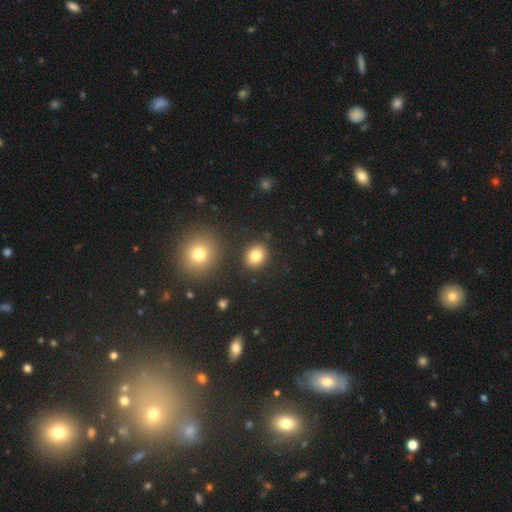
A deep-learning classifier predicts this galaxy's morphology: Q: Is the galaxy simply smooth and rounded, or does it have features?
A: smooth — 82%.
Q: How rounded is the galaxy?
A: round — 66%.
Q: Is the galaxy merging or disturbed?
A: none — 87%.